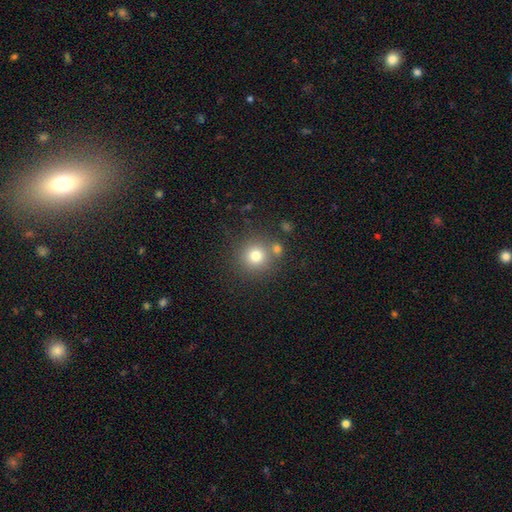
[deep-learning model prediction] The model was most divided on "merging": none: 73%, merger: 15%, minor disturbance: 9%, major disturbance: 3%. More confident: how rounded — round (93%); smooth or featured — smooth (76%).